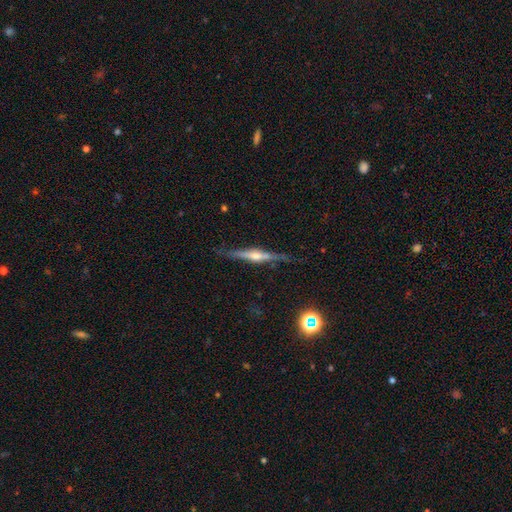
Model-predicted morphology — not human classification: Overall: featured or disk (79%). Edge-on disk: yes (97%). Edge-on bulge: rounded (77%). Merging: none (81%).